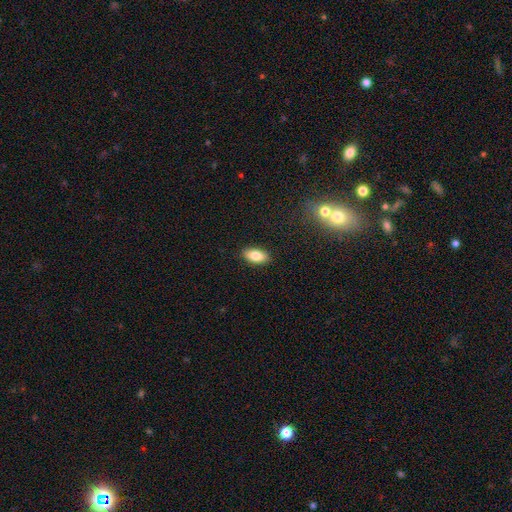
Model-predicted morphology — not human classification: Q: Smooth or featured?
A: smooth (82%); runner-up: featured or disk (10%)
Q: How rounded?
A: in between (91%); runner-up: cigar-shaped (5%)
Q: Merging?
A: none (90%); runner-up: minor disturbance (8%)